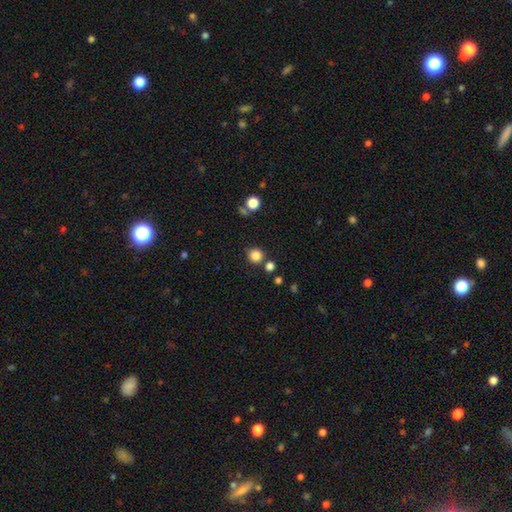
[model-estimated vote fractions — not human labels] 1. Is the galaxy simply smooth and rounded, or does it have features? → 84% smooth, 12% star or artifact, 4% featured or disk.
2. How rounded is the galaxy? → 91% round, 8% in between, 1% cigar-shaped.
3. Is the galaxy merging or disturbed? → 80% none, 8% minor disturbance, 8% merger, 3% major disturbance.